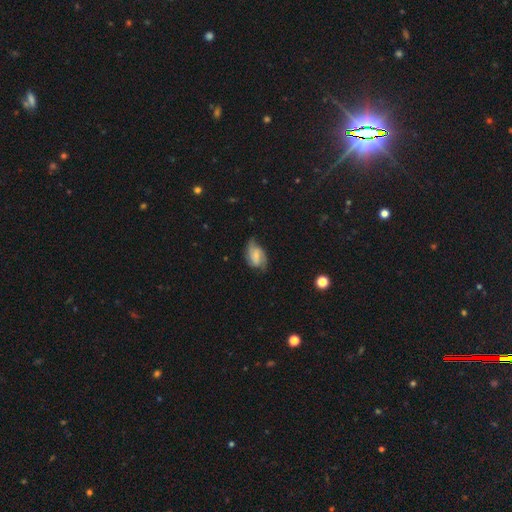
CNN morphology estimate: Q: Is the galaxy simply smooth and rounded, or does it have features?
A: featured or disk — 58%.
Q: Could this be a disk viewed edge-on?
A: no — 95%.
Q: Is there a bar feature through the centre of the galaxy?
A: weak — 44%.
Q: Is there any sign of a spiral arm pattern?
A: yes — 88%.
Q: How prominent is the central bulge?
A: small — 50%.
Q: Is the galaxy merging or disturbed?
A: none — 56%.